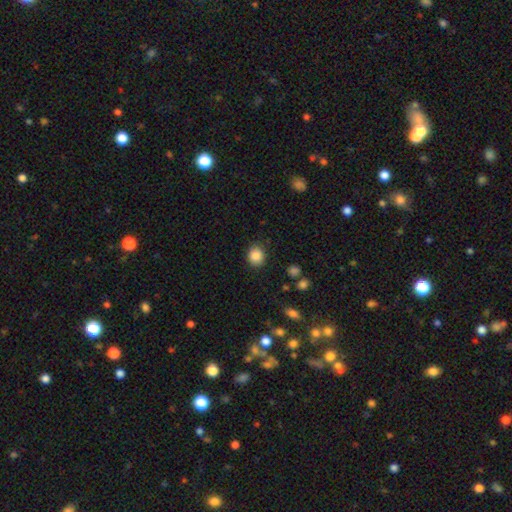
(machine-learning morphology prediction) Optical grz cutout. It shows a smooth galaxy with no disk features (87%) that is round (74%). Merging: none (87%).